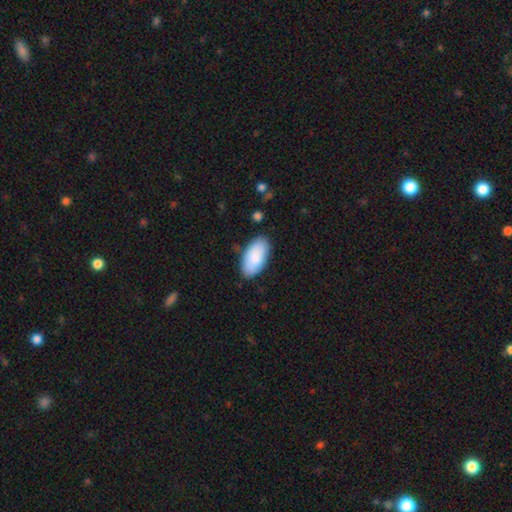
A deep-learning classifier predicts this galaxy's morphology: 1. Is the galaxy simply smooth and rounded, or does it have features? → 86% smooth, 9% featured or disk, 6% star or artifact.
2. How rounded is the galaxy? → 95% in between, 3% cigar-shaped, 2% round.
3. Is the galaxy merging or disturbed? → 83% none, 13% minor disturbance, 3% major disturbance, 2% merger.